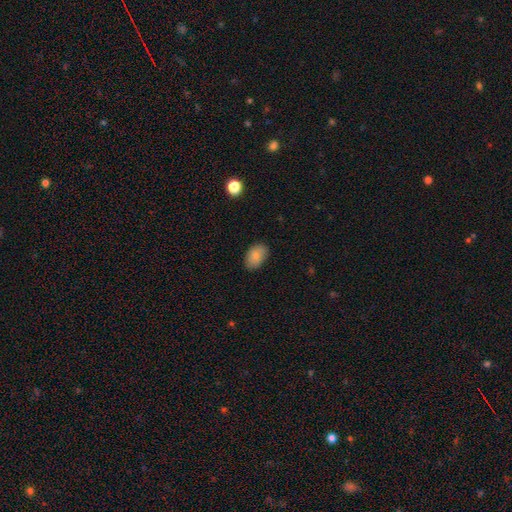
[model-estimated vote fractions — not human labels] Smooth or featured? smooth (85%)
How rounded? in between (89%)
Merging? none (84%)